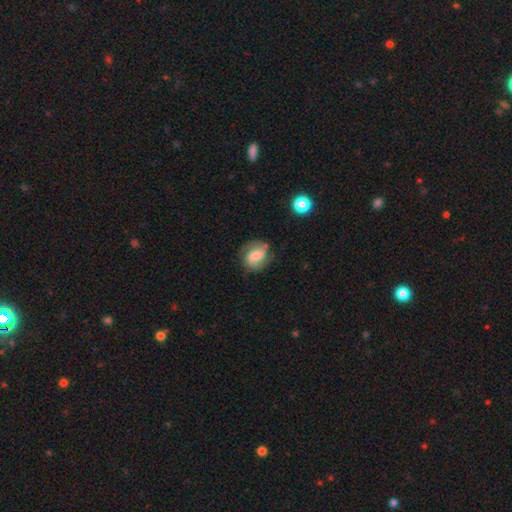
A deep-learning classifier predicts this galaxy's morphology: smooth-or-featured: smooth: 54% | featured or disk: 37% | star or artifact: 9%
  how-rounded: in between: 53% | round: 45% | cigar-shaped: 1%
  merging: none: 69% | minor disturbance: 21% | major disturbance: 8% | merger: 2%